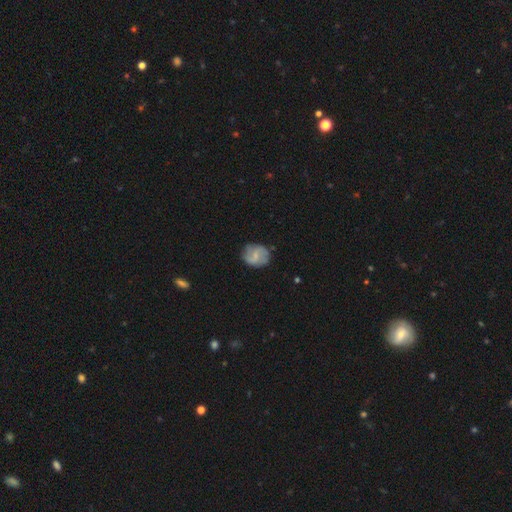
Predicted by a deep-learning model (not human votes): Overall: smooth (48%; featured or disk 45%). Merging: none (74%).